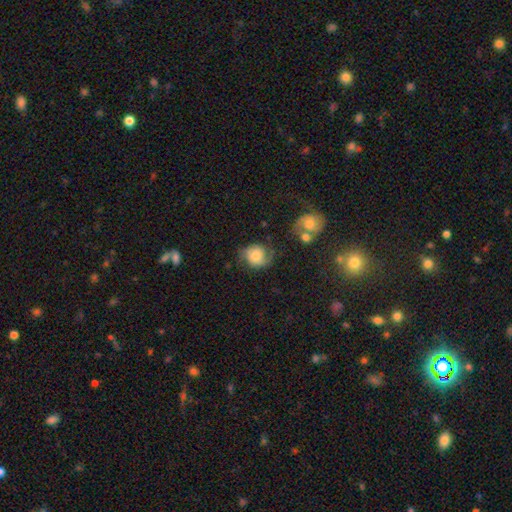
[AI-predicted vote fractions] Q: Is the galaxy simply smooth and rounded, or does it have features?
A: smooth — 52%.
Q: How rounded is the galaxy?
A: round — 73%.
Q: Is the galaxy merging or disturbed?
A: none — 56%.